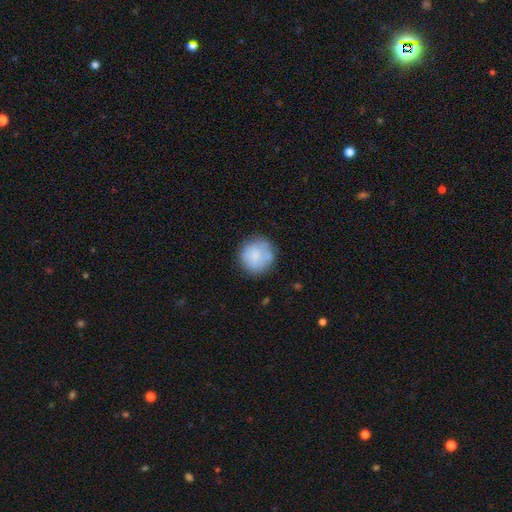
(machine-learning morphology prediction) The model was most divided on "merging": none: 69%, minor disturbance: 18%, merger: 7%, major disturbance: 6%. More confident: how rounded — round (90%); smooth or featured — smooth (74%).